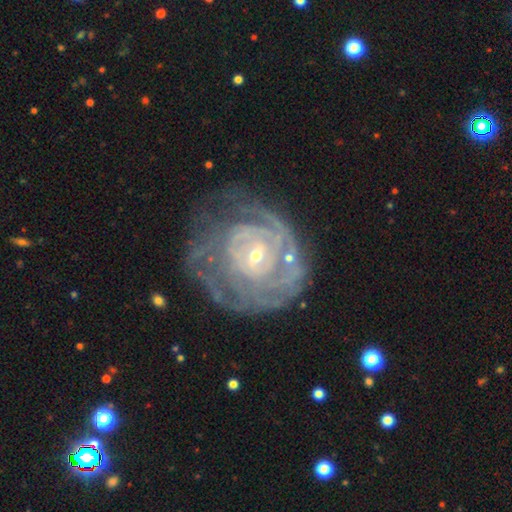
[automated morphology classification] This is clearly a featured or disk galaxy (86%). It is clearly not viewed edge-on (97%). Bar: possibly no (48%). Spiral arm pattern: clearly yes (93%). Spiral arm count: marginally can't tell (43%). Spiral winding: likely tight (79%). Central bulge: likely small (68%). Merging: possibly none (57%).